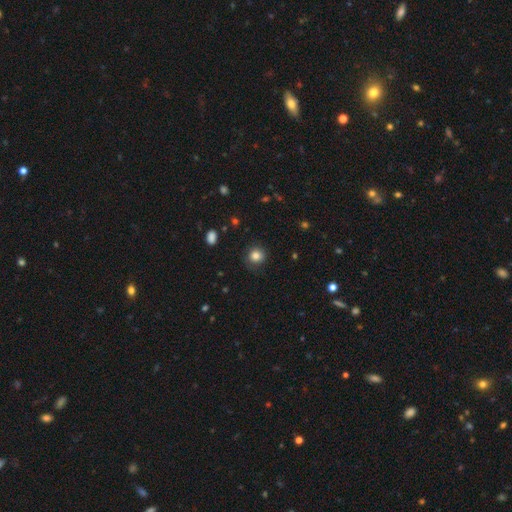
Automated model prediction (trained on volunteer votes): smooth 83%, star or artifact 11%, featured or disk 6%. Down the decision tree: how rounded — round (87%); merging — none (80%).